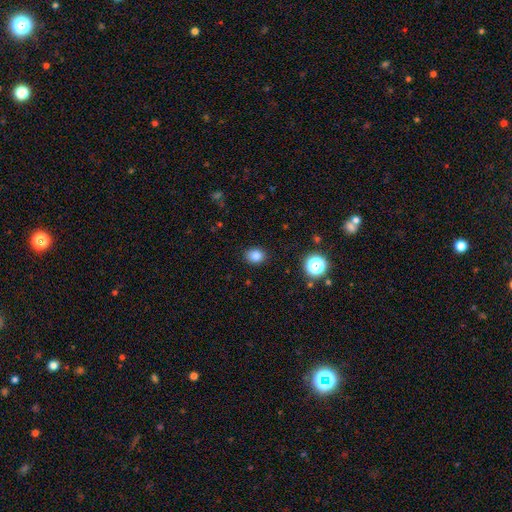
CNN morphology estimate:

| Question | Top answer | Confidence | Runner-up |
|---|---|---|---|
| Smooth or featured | smooth | 82% | star or artifact (13%) |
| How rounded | round | 56% | in between (43%) |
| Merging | none | 88% | minor disturbance (9%) |